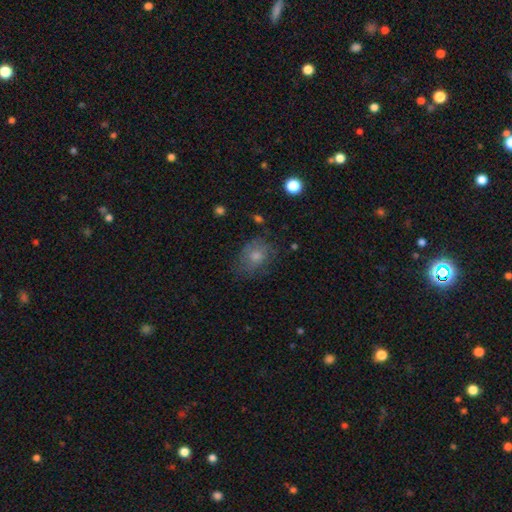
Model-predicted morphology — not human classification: A smooth galaxy with no disk features (62%) that is in between round and cigar-shaped (54%). Merging: none (67%).